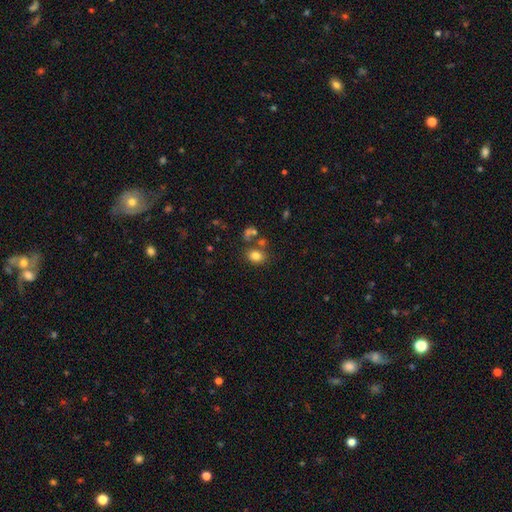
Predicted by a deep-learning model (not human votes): Smooth or featured? Predicted: smooth (p=0.79). How rounded? Predicted: in between (p=0.60). Merging? Predicted: none (p=0.67).